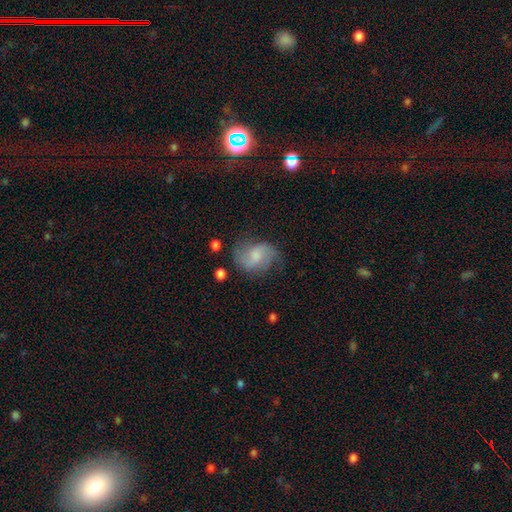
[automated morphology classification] Q: Smooth or featured?
A: featured or disk (55%); runner-up: smooth (37%)
Q: Edge-on disk?
A: no (97%); runner-up: yes (3%)
Q: Bar?
A: no (48%); runner-up: weak (44%)
Q: Spiral arms?
A: yes (88%); runner-up: no (12%)
Q: Bulge size?
A: moderate (41%); runner-up: small (28%)
Q: Merging?
A: none (61%); runner-up: minor disturbance (24%)